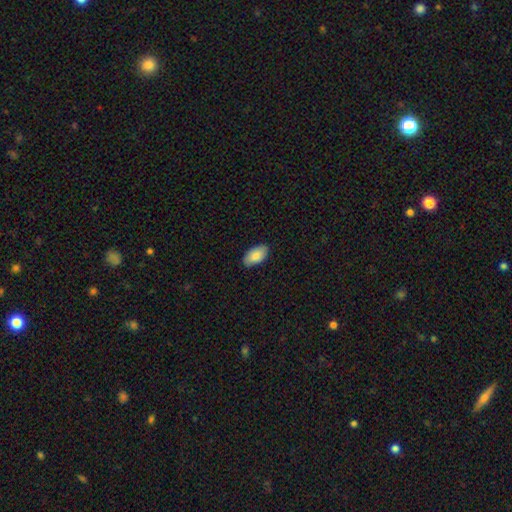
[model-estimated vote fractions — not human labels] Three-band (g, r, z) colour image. It shows a smooth galaxy with no disk features (86%) that is in between round and cigar-shaped (95%). Merging: none (85%).